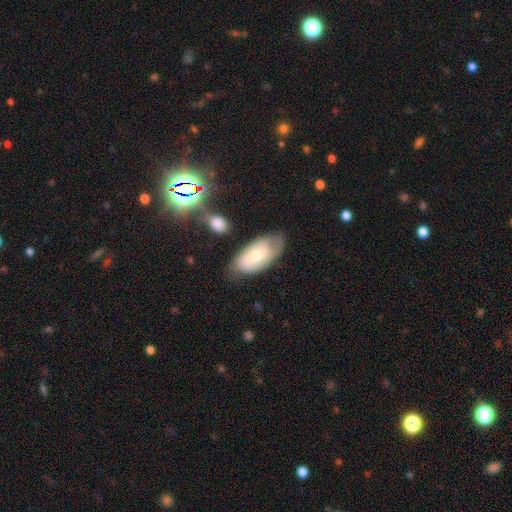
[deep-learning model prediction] Overall: featured or disk (48%; smooth 45%). Merging: none (64%; minor disturbance 24%).